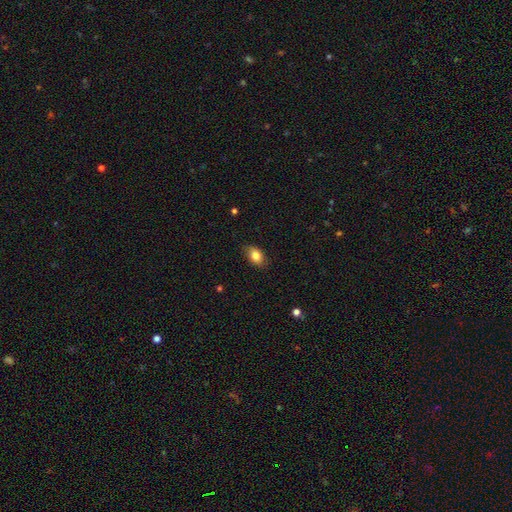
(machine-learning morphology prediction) Smooth or featured: smooth — 83% (featured or disk — 9%)
How rounded: in between — 86% (round — 12%)
Merging: none — 83% (minor disturbance — 13%)